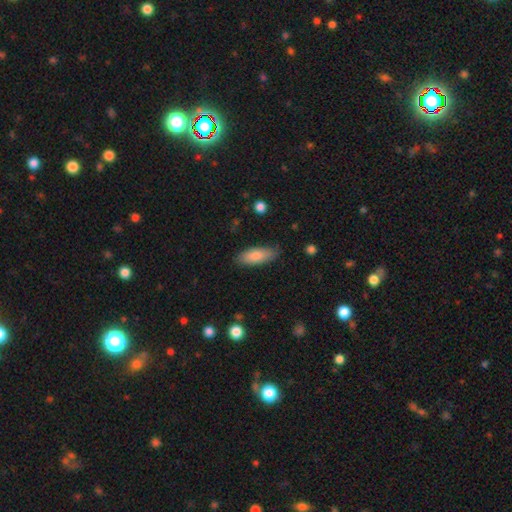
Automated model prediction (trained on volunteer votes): The model was most divided on "how rounded": in between: 73%, cigar-shaped: 25%, round: 2%. More confident: smooth or featured — smooth (83%); merging — none (82%).